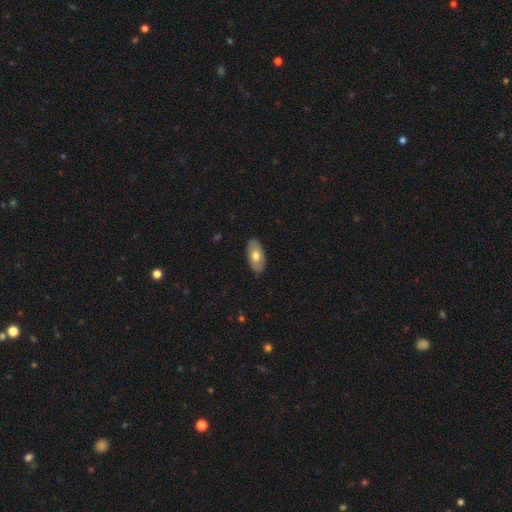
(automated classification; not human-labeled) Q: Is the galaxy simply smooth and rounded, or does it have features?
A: smooth — 64%.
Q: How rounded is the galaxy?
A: in between — 94%.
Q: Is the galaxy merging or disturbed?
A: none — 87%.